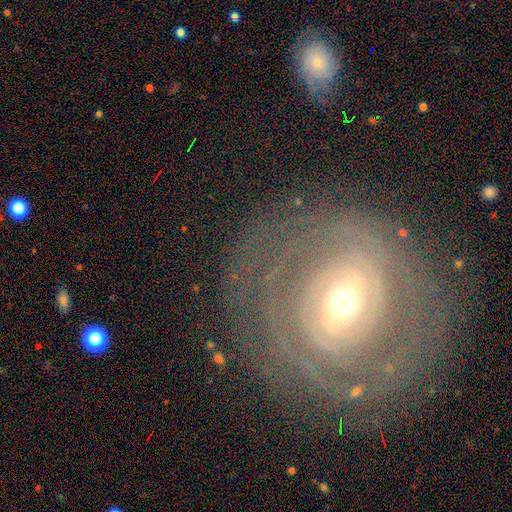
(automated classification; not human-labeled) Q: Smooth or featured?
A: featured or disk (79%); runner-up: smooth (14%)
Q: Edge-on disk?
A: no (95%); runner-up: yes (5%)
Q: Bar?
A: weak (40%); runner-up: no (33%)
Q: Spiral arms?
A: yes (77%); runner-up: no (23%)
Q: Spiral winding?
A: tight (78%); runner-up: medium (16%)
Q: Spiral arm count?
A: can't tell (46%); runner-up: 2 (20%)
Q: Bulge size?
A: moderate (55%); runner-up: small (37%)
Q: Merging?
A: none (79%); runner-up: minor disturbance (12%)